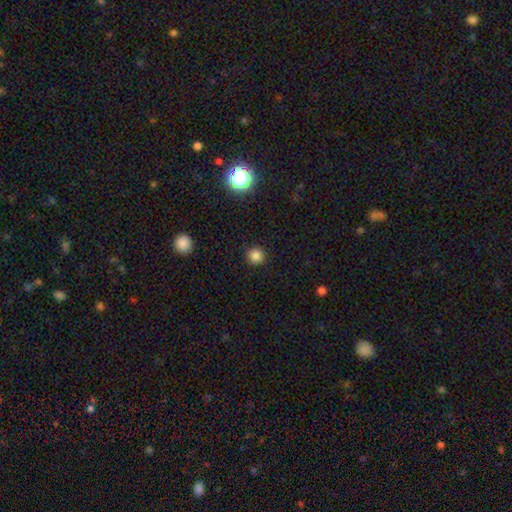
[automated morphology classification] Overall: smooth (83%). How rounded: round (94%). Merging: none (91%).